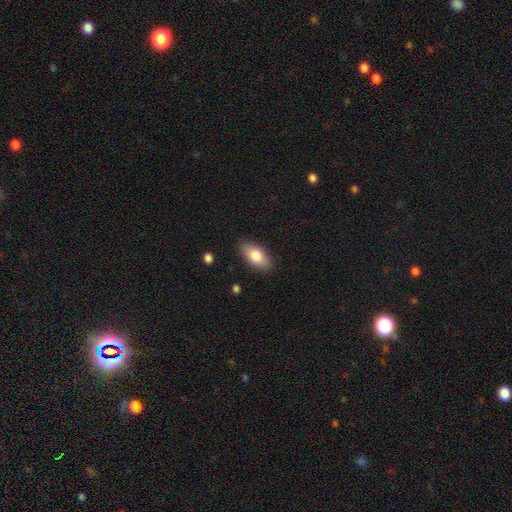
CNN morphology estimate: Smooth or featured?
  - smooth: 80% *
  - featured or disk: 14%
  - star or artifact: 6%
How rounded?
  - in between: 89% *
  - cigar-shaped: 8%
  - round: 3%
Merging?
  - none: 86% *
  - minor disturbance: 11%
  - major disturbance: 2%
  - merger: 1%